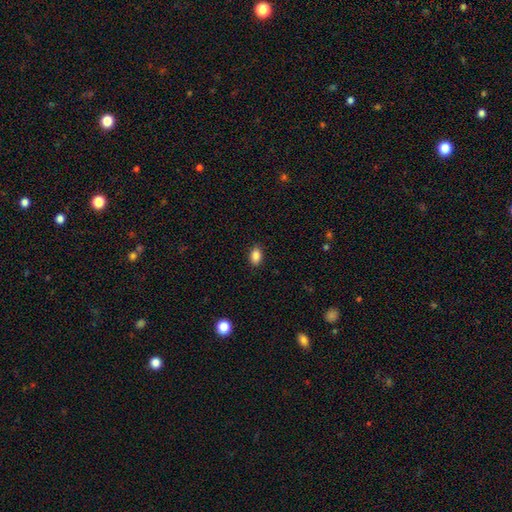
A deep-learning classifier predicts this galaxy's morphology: A smooth galaxy with no disk features (87%) that is in between round and cigar-shaped (86%). Merging: none (89%).